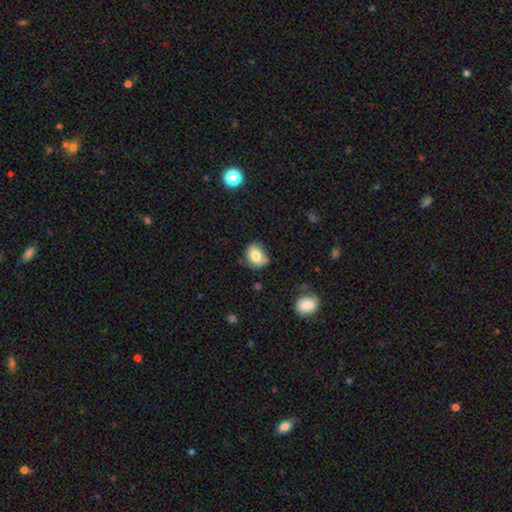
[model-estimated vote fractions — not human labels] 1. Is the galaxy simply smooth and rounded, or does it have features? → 76% smooth, 14% featured or disk, 9% star or artifact.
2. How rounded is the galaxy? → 55% in between, 44% round, 1% cigar-shaped.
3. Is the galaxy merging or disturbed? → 66% none, 26% minor disturbance, 5% major disturbance, 4% merger.